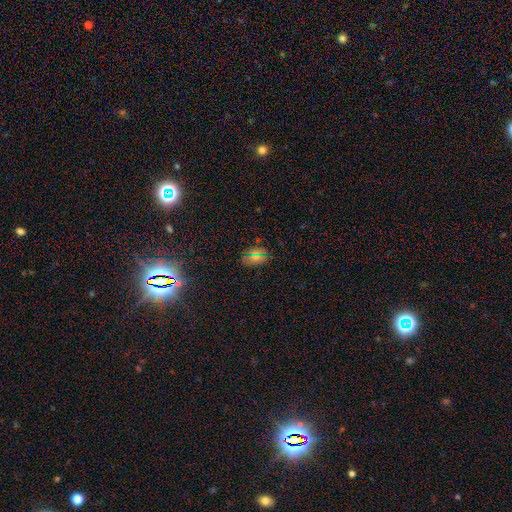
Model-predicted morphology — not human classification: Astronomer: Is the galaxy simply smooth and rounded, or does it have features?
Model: smooth — 64%.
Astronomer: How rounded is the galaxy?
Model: in between — 83%.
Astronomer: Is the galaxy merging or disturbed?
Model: none — 84%.